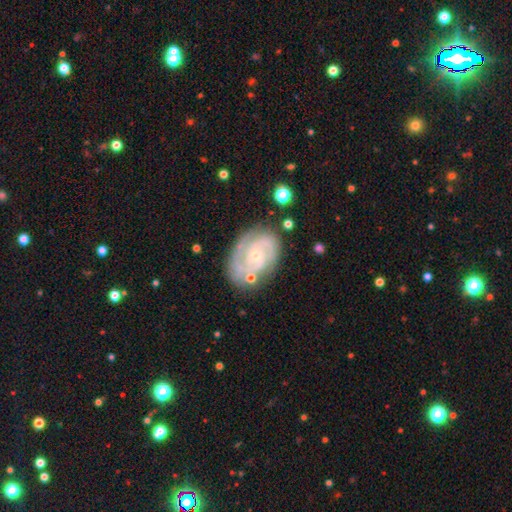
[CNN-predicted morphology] type=featured or disk (88%); edge-on=no (97%); bar=no (68%); spiral arms=yes (97%); winding=tight (64%); arm count=2 (61%); bulge=small (78%); merging=none (74%).